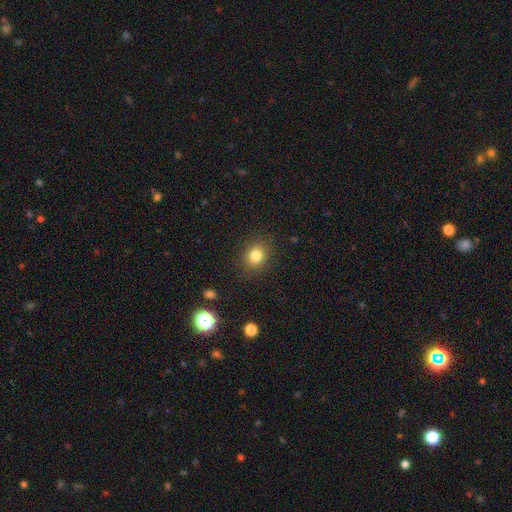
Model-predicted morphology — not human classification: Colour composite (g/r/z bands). It shows a smooth galaxy with no disk features (82%) that is round (71%). Merging: none (88%).